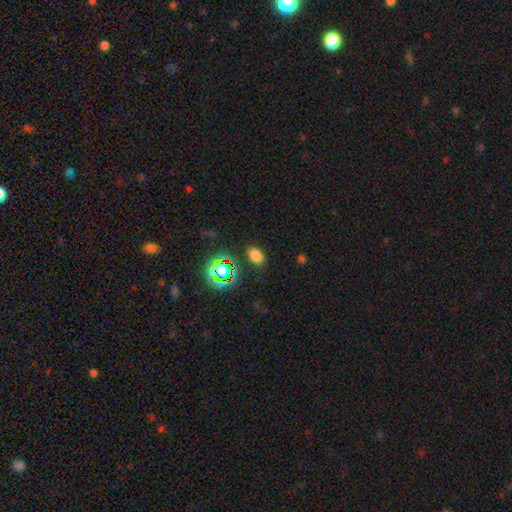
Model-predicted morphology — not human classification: A smooth galaxy with no disk features (73%) that is in between round and cigar-shaped (79%). Merging: none (84%).